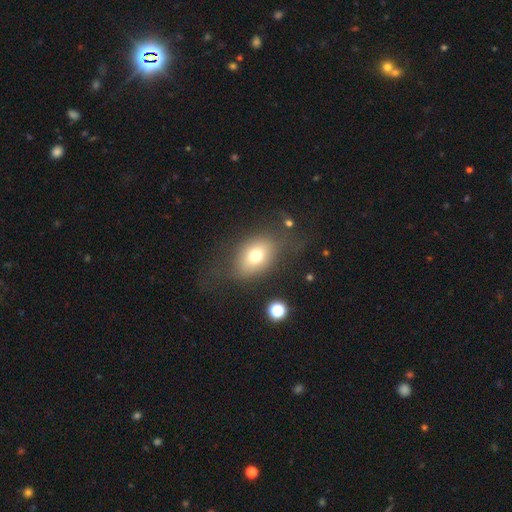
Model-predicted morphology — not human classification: A smooth galaxy with no disk features (70%) that is in between round and cigar-shaped (75%). Merging: none (61%).